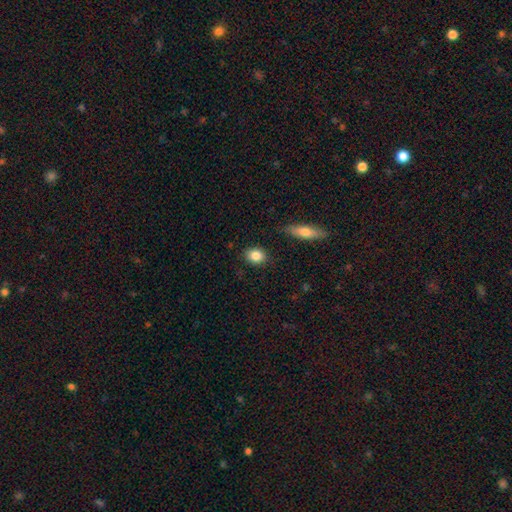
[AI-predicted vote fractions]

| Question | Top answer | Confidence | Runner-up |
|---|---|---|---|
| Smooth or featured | smooth | 85% | star or artifact (8%) |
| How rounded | in between | 57% | round (41%) |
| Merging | none | 86% | minor disturbance (10%) |